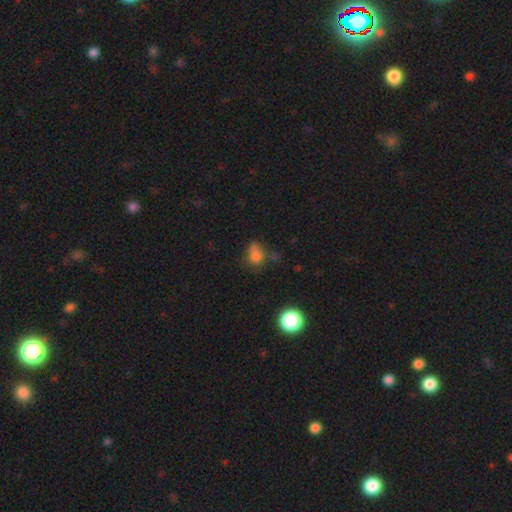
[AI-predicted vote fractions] smooth 71%, star or artifact 17%, featured or disk 11%. Down the decision tree: how rounded — in between (54%); merging — none (40%).